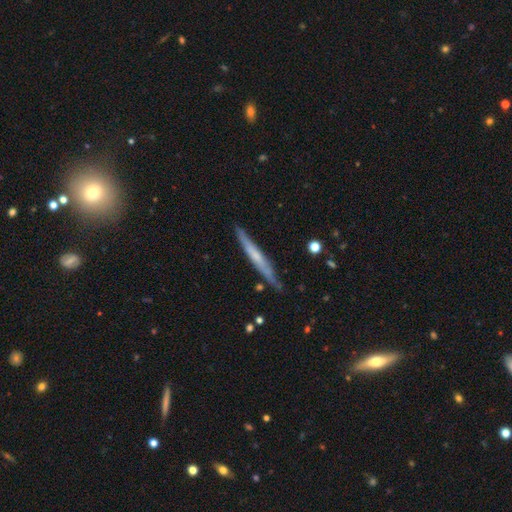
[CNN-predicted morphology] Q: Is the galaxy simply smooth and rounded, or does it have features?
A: featured or disk — 52%.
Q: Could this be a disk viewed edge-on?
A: yes — 94%.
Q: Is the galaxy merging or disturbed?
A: none — 83%.